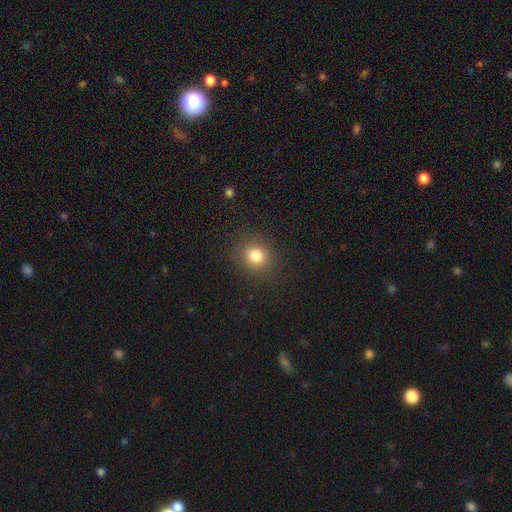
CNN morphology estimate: type=smooth (81%); roundness=round (78%); merging=none (88%).